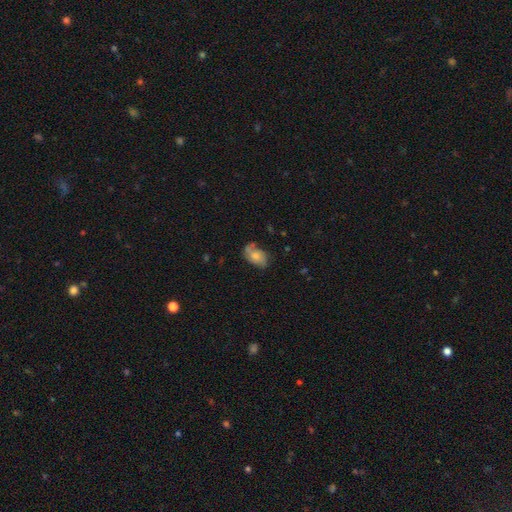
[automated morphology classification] Overall: featured or disk (46%, tied with smooth). Merging: none (58%; minor disturbance 27%).